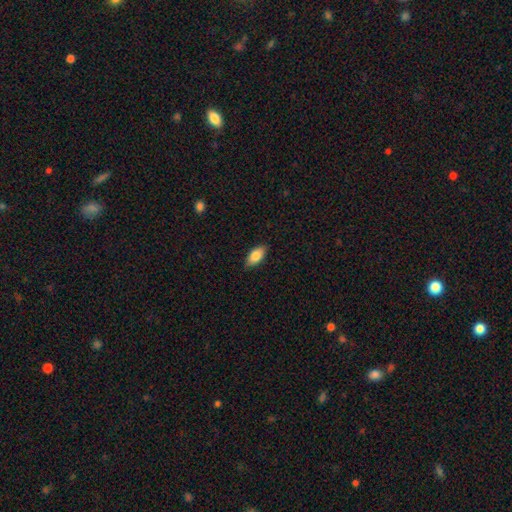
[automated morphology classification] Smooth or featured?
  - smooth: 83% *
  - featured or disk: 11%
  - star or artifact: 7%
How rounded?
  - in between: 90% *
  - cigar-shaped: 7%
  - round: 3%
Merging?
  - none: 85% *
  - minor disturbance: 12%
  - major disturbance: 2%
  - merger: 1%